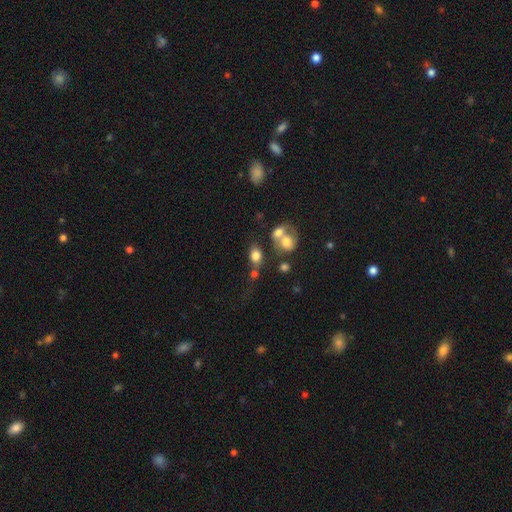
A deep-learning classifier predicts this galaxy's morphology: Q: Smooth or featured?
A: smooth (79%); runner-up: star or artifact (11%)
Q: How rounded?
A: in between (68%); runner-up: round (30%)
Q: Merging?
A: none (50%); runner-up: merger (28%)